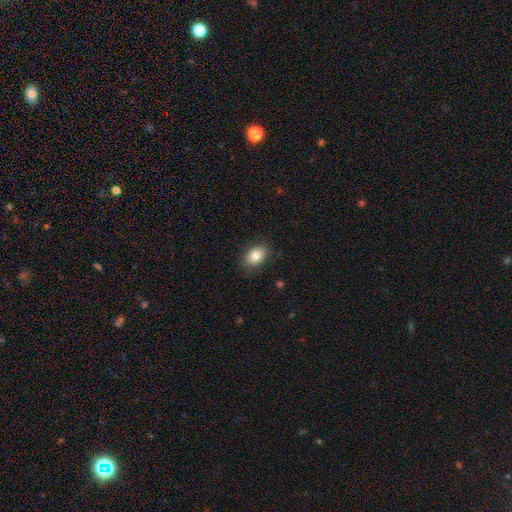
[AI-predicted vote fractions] Smooth or featured?
  - smooth: 83% *
  - star or artifact: 8%
  - featured or disk: 8%
How rounded?
  - in between: 77% *
  - round: 22%
  - cigar-shaped: 1%
Merging?
  - none: 85% *
  - minor disturbance: 11%
  - major disturbance: 3%
  - merger: 1%